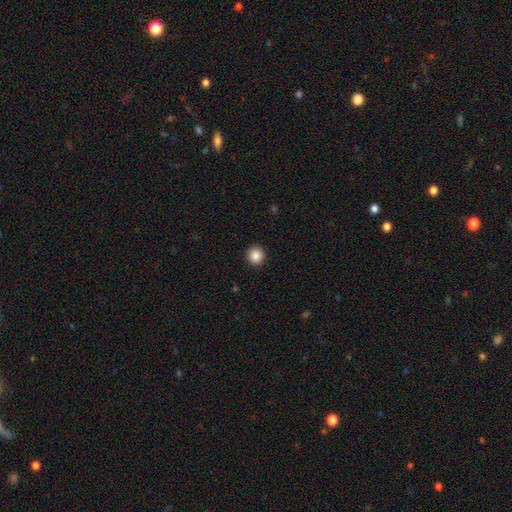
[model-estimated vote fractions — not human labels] smooth_or_featured: smooth (p=0.88) [alt: star or artifact p=0.09]
how_rounded: round (p=0.94) [alt: in between p=0.05]
merging: none (p=0.93) [alt: minor disturbance p=0.04]